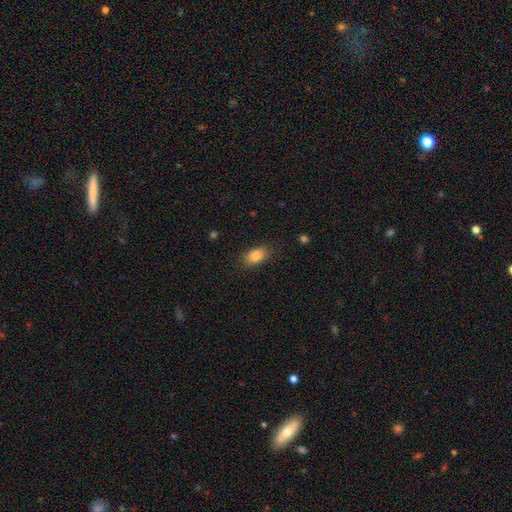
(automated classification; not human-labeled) Smooth or featured: smooth — 85% (star or artifact — 8%)
How rounded: in between — 88% (round — 8%)
Merging: none — 79% (minor disturbance — 16%)